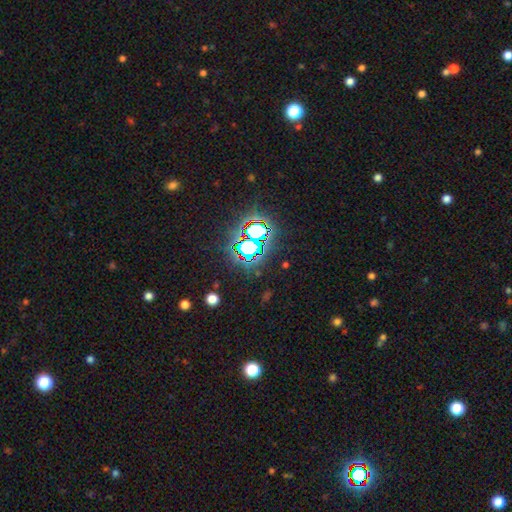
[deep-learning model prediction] This appears to be a star or artifact, not a galaxy (80%).